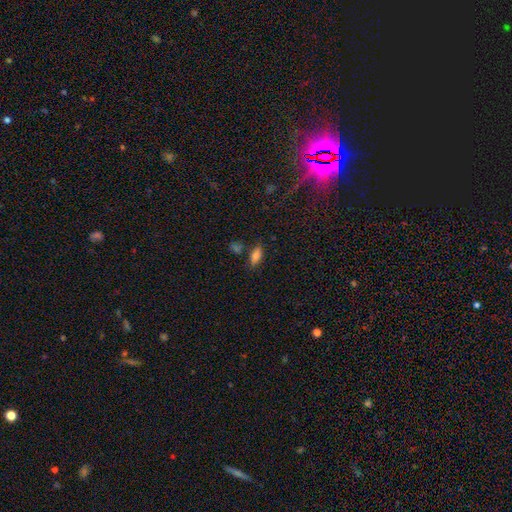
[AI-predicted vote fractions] The model was most divided on "merging": none: 72%, minor disturbance: 16%, merger: 8%, major disturbance: 4%. More confident: how rounded — in between (79%); smooth or featured — smooth (79%).